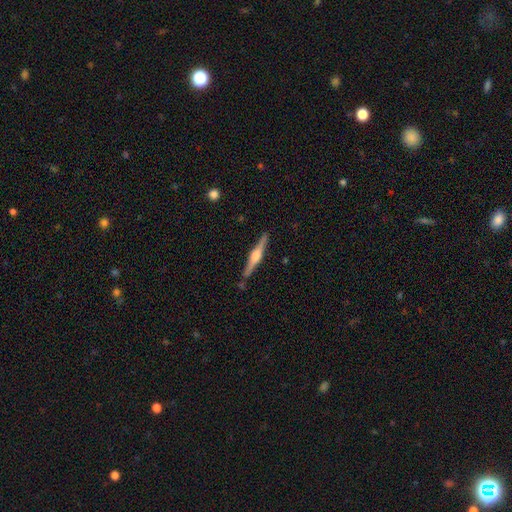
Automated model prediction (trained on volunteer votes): The model was most divided on "smooth or featured": featured or disk: 79%, smooth: 16%, star or artifact: 5%. More confident: edge-on disk — yes (98%); merging — none (88%); edge-on bulge — rounded (88%).